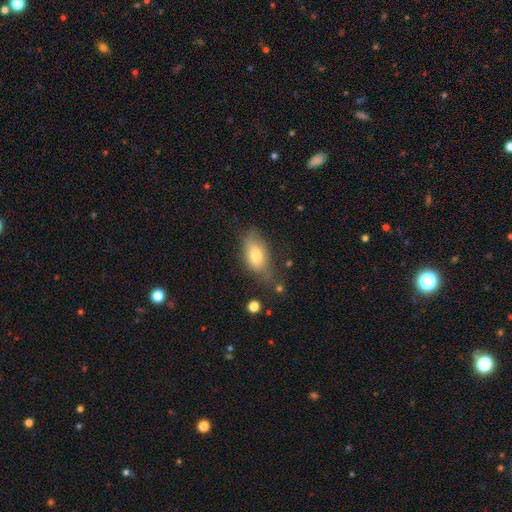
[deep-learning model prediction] Smooth or featured?
  - smooth: 72% *
  - featured or disk: 20%
  - star or artifact: 8%
How rounded?
  - in between: 87% *
  - cigar-shaped: 8%
  - round: 5%
Merging?
  - none: 53% *
  - minor disturbance: 32%
  - major disturbance: 12%
  - merger: 4%